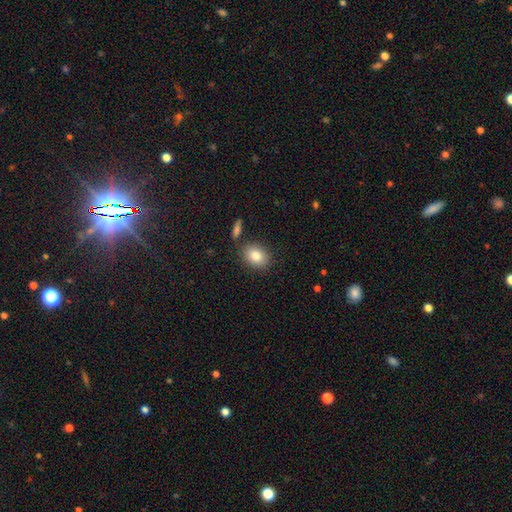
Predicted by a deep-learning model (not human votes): Morphology: type=smooth (83%); roundness=in between (66%); merging=none (81%).